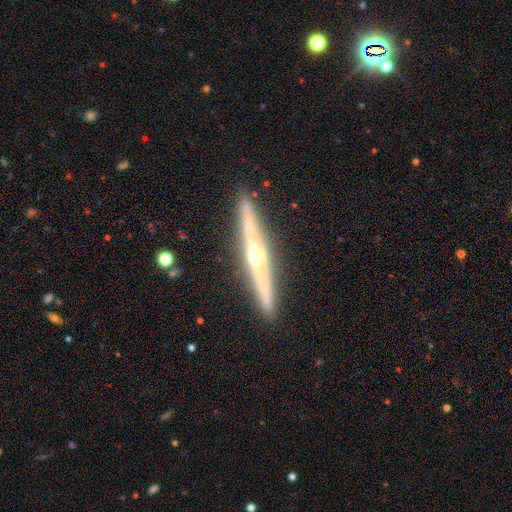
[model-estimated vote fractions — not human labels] Smooth or featured? featured or disk (83%)
Edge-on disk? yes (98%)
Edge-on bulge? rounded (90%)
Merging? none (92%)